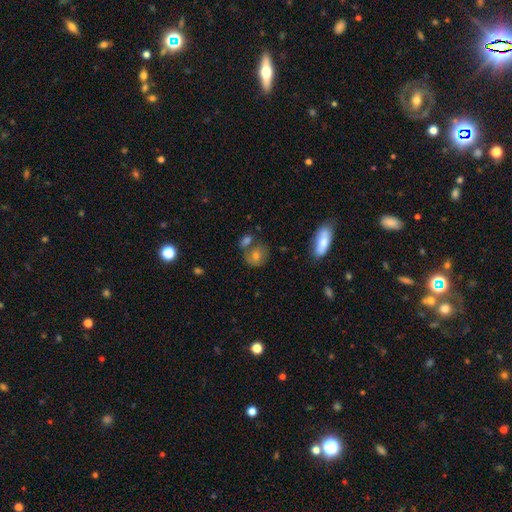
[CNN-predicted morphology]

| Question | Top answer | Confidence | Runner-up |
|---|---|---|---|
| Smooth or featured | smooth | 57% | featured or disk (28%) |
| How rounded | round | 68% | in between (29%) |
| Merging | none | 59% | merger (21%) |